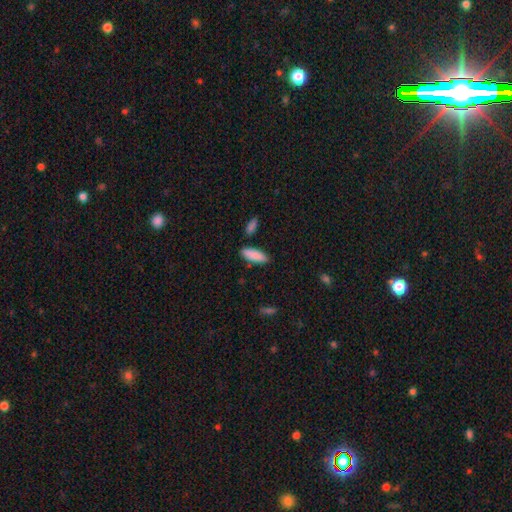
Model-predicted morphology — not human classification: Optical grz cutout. It shows a smooth galaxy with no disk features (88%) that is in between round and cigar-shaped (61%). Merging: none (82%).